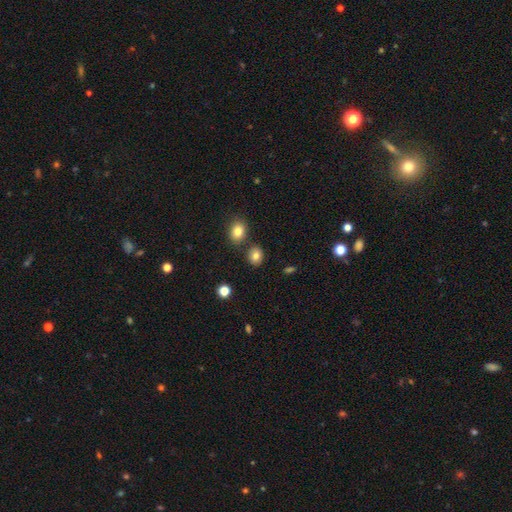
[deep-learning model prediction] This appears to be a smooth galaxy with no disk features (81%) that is round (59%). Merging: none (79%).